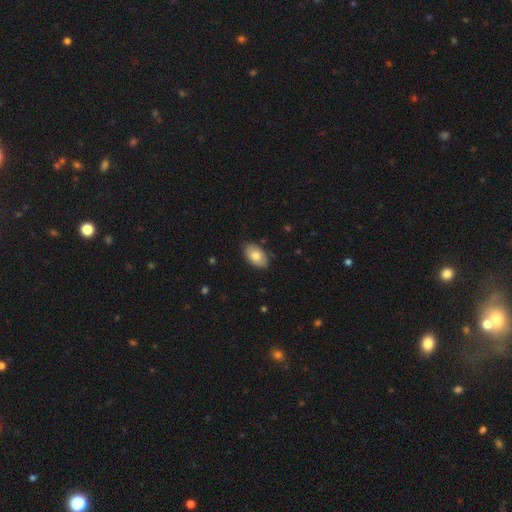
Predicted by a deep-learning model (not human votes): A smooth galaxy with no disk features (76%) that is in between round and cigar-shaped (93%). Merging: none (83%).